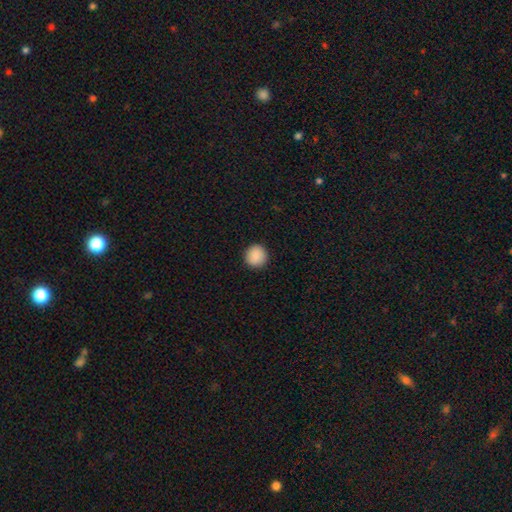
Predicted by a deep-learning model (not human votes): Q: Smooth or featured?
A: smooth (90%); runner-up: star or artifact (8%)
Q: How rounded?
A: round (94%); runner-up: in between (5%)
Q: Merging?
A: none (93%); runner-up: minor disturbance (5%)